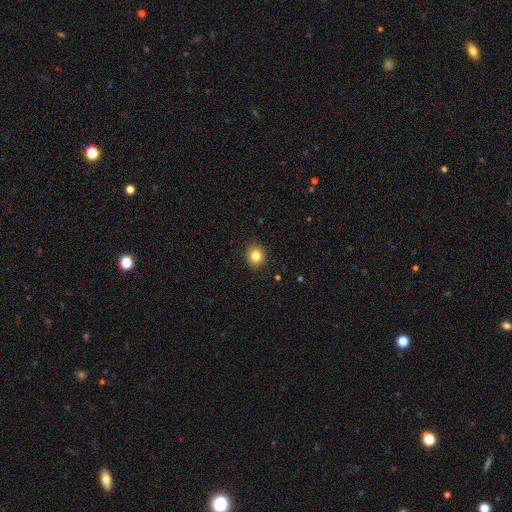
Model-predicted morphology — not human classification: The model was most divided on "how rounded": round: 81%, in between: 19%, cigar-shaped: 1%. More confident: merging — none (90%); smooth or featured — smooth (83%).